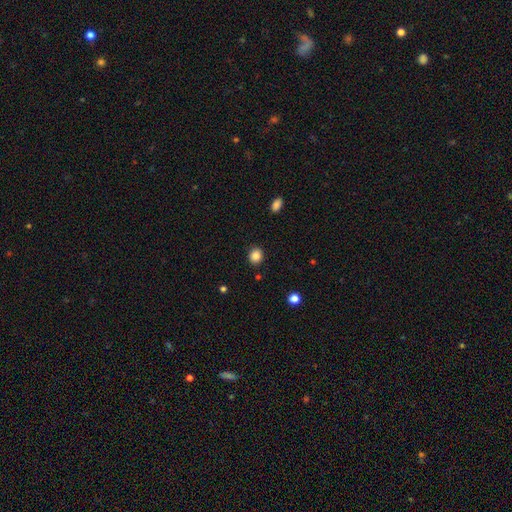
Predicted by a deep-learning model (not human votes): Smooth or featured? Predicted: smooth (p=0.86). How rounded? Predicted: round (p=0.80). Merging? Predicted: none (p=0.90).